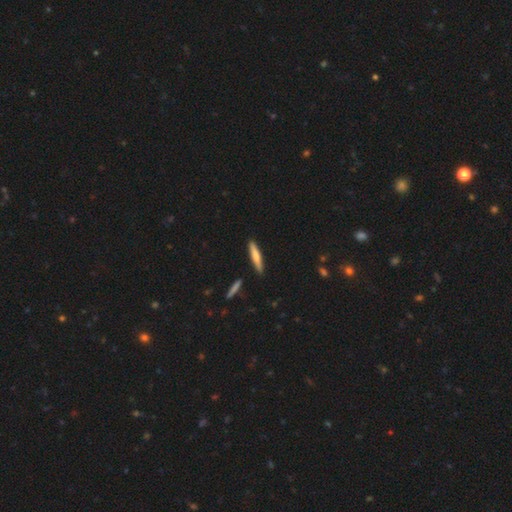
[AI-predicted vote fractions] A smooth galaxy with no disk features (70%) that is cigar-shaped (90%). Merging: none (88%).